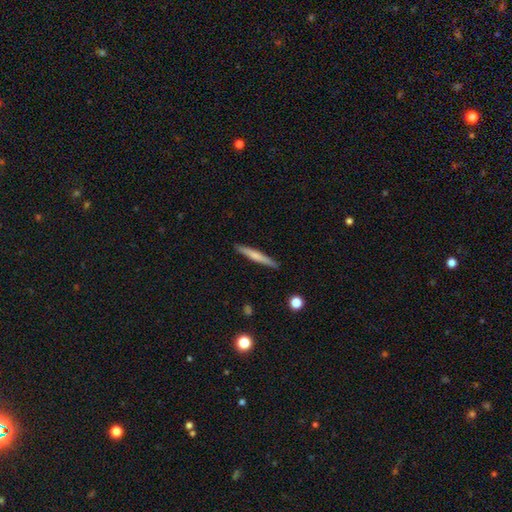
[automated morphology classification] Smooth or featured? Predicted: smooth (p=0.61). How rounded? Predicted: cigar-shaped (p=0.96). Merging? Predicted: none (p=0.90).